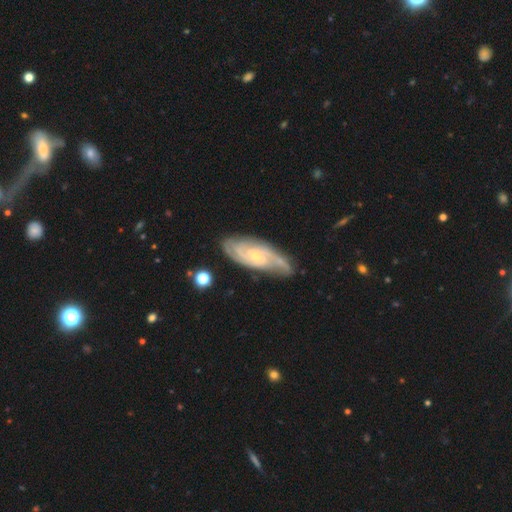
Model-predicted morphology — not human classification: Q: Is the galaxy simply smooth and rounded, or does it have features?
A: featured or disk — 84%.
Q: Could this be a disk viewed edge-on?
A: no — 92%.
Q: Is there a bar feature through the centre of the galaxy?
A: no — 62%.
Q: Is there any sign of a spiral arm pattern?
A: yes — 96%.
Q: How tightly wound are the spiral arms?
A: tight — 54%.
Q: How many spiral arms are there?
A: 2 — 41%.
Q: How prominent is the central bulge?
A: small — 73%.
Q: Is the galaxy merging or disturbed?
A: none — 73%.